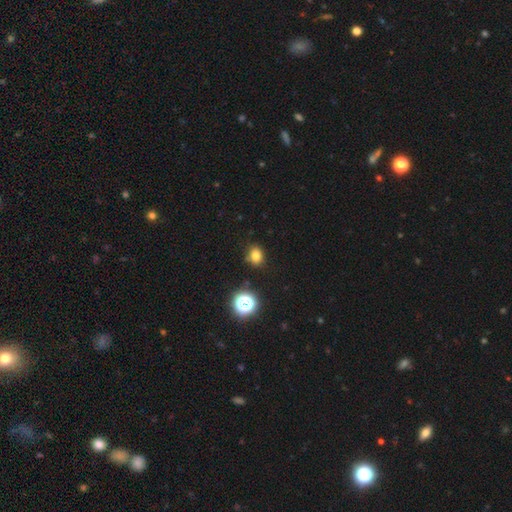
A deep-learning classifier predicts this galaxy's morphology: smooth-or-featured: smooth: 78% | star or artifact: 16% | featured or disk: 6%
  how-rounded: round: 50% | in between: 49% | cigar-shaped: 1%
  merging: none: 82% | minor disturbance: 12% | merger: 3% | major disturbance: 3%